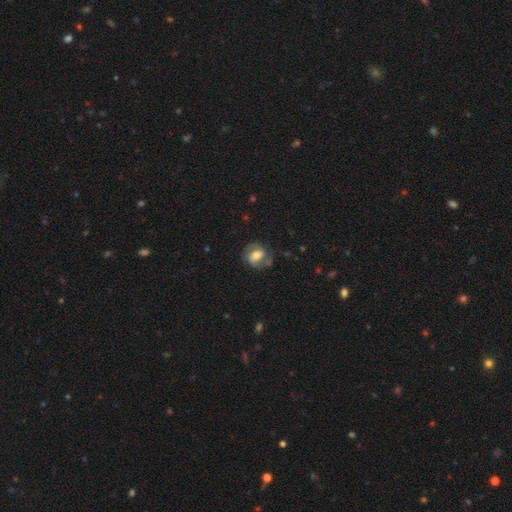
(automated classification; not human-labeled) featured or disk 56%, smooth 36%, star or artifact 8%. Down the decision tree: edge-on disk — no (96%); bar — weak (41%); spiral arms — yes (80%); bulge size — moderate (53%); merging — none (62%).